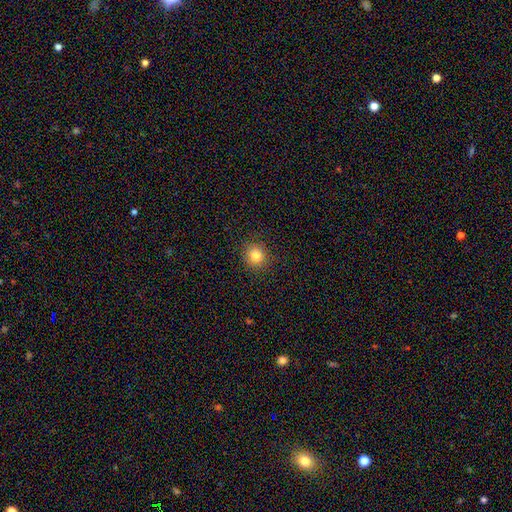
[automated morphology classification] A smooth galaxy with no disk features (82%) that is round (89%). Merging: none (90%).